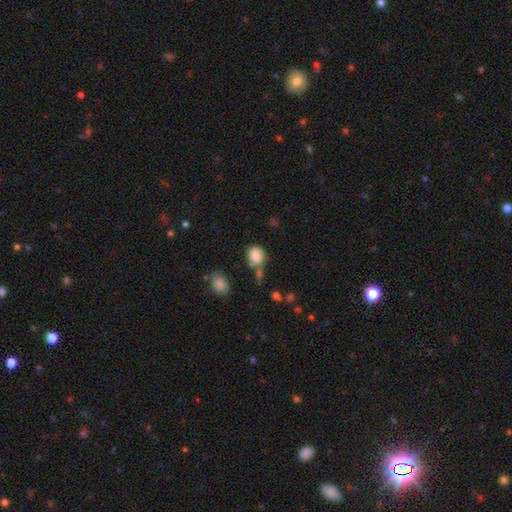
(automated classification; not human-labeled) smooth 82%, star or artifact 10%, featured or disk 8%. Down the decision tree: how rounded — round (55%); merging — none (41%).